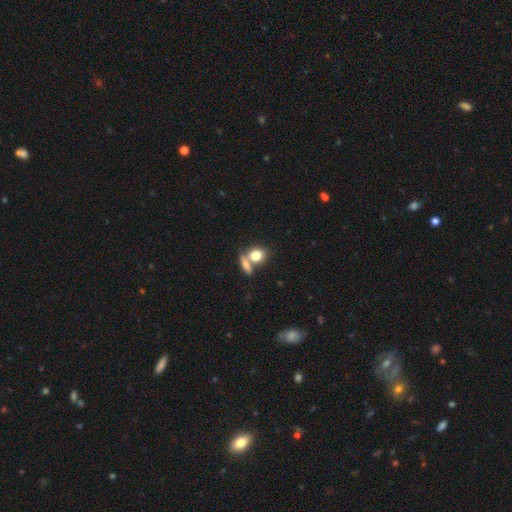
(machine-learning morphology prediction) Overall: smooth (78%). How rounded: in between (48%; round 47%). Merging: merger (44%; none 43%).